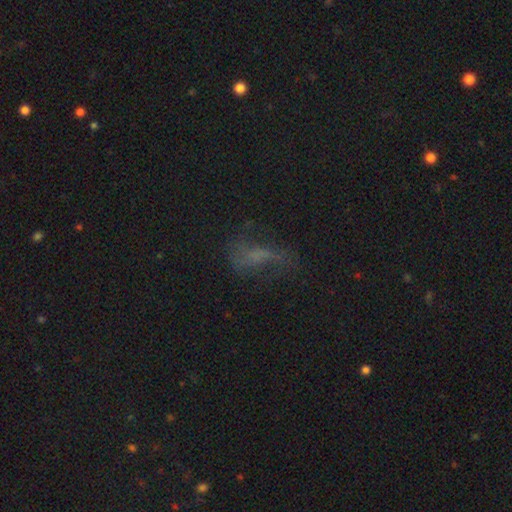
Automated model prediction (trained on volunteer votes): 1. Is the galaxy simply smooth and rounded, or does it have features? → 37% smooth, 35% featured or disk, 28% star or artifact.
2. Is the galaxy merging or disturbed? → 41% none, 33% major disturbance, 22% minor disturbance, 4% merger.